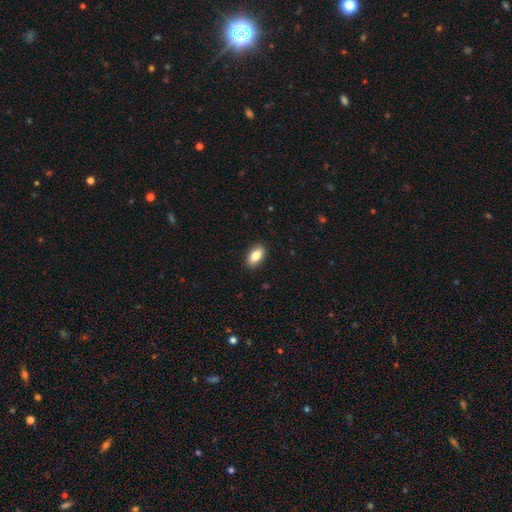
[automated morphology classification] This appears to be a smooth galaxy with no disk features (82%) that is in between round and cigar-shaped (91%). Merging: none (89%).